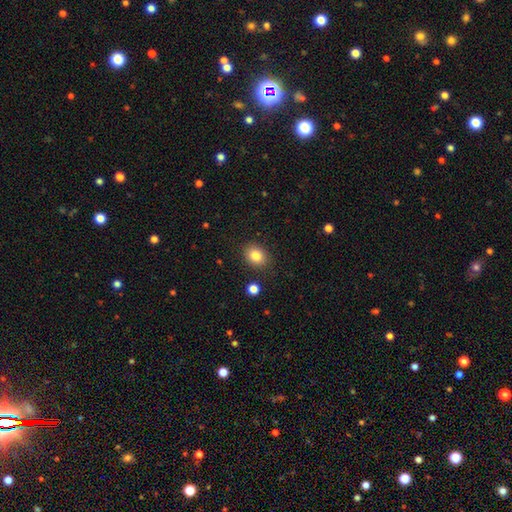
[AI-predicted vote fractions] smooth_or_featured: smooth (p=0.83) [alt: star or artifact p=0.10]
how_rounded: in between (p=0.52) [alt: round p=0.47]
merging: none (p=0.86) [alt: minor disturbance p=0.09]